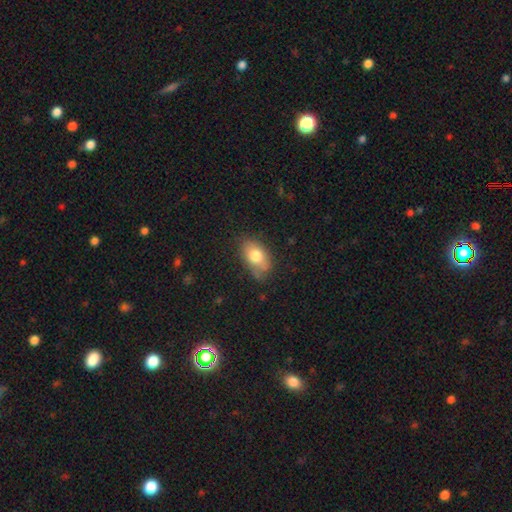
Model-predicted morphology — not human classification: Smooth or featured? smooth (76%)
How rounded? in between (88%)
Merging? none (65%)